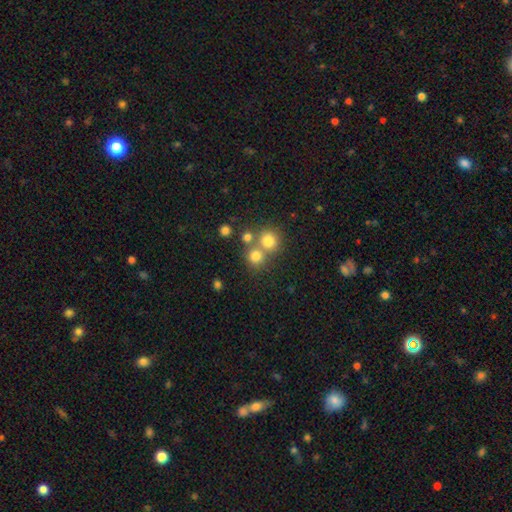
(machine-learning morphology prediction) The model was most divided on "merging": none: 56%, merger: 34%, minor disturbance: 7%, major disturbance: 3%. More confident: how rounded — round (87%); smooth or featured — smooth (76%).